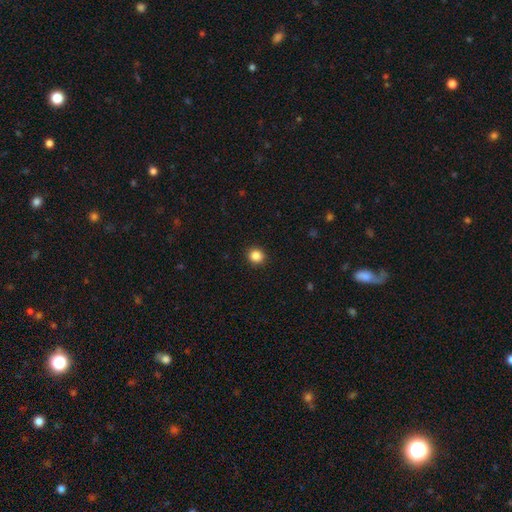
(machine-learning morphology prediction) A smooth galaxy with no disk features (86%) that is round (92%). Merging: none (92%).